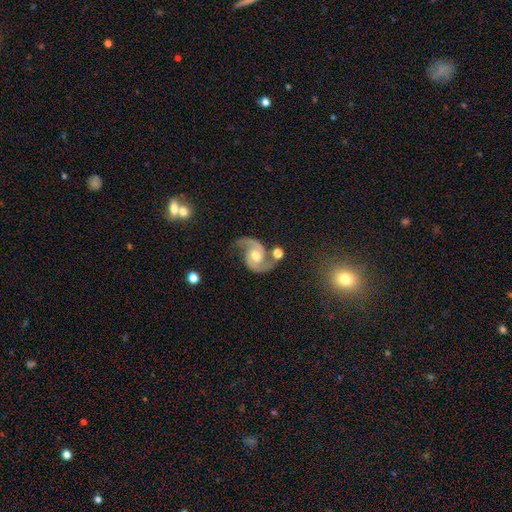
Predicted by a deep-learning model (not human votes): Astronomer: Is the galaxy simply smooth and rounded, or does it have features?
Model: featured or disk — 91%.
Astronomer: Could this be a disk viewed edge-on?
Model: no — 98%.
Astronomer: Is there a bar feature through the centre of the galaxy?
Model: no — 61%.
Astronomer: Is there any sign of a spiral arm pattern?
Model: yes — 98%.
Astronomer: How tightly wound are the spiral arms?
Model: medium — 56%.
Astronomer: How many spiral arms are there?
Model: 2 — 94%.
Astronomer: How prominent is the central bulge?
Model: moderate — 73%.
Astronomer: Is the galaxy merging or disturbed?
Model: none — 63%.